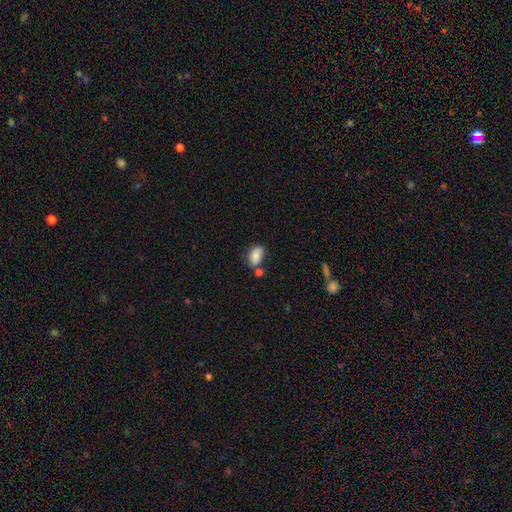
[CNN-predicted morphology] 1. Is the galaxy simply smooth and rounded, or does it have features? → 81% smooth, 11% featured or disk, 8% star or artifact.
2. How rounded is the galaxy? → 89% in between, 9% round, 2% cigar-shaped.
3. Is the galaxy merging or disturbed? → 55% none, 20% minor disturbance, 19% merger, 6% major disturbance.